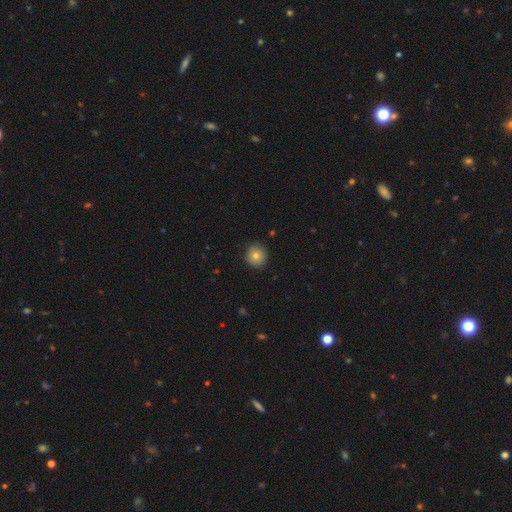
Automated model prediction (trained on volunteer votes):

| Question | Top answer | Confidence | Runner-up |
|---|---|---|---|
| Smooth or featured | smooth | 79% | featured or disk (11%) |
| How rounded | round | 92% | in between (7%) |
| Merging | none | 90% | minor disturbance (7%) |